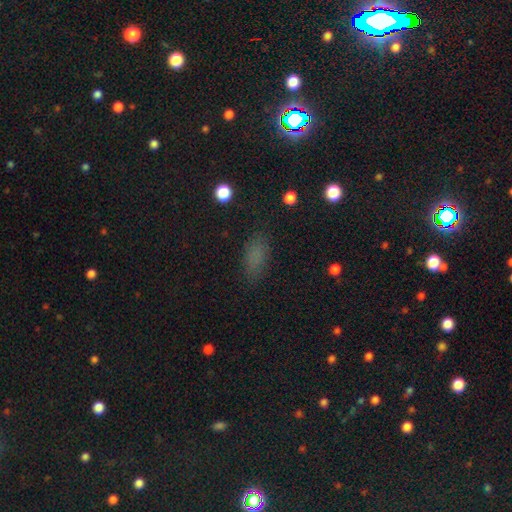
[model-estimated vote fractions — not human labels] smooth_or_featured: smooth (p=0.74) [alt: star or artifact p=0.19]
how_rounded: in between (p=0.84) [alt: cigar-shaped p=0.10]
merging: none (p=0.80) [alt: minor disturbance p=0.14]